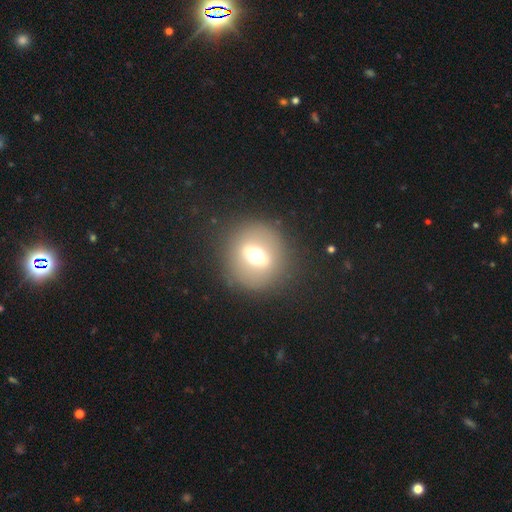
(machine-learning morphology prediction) Smooth or featured?
  - smooth: 48% *
  - featured or disk: 37%
  - star or artifact: 15%
Merging?
  - none: 85% *
  - minor disturbance: 9%
  - major disturbance: 5%
  - merger: 2%